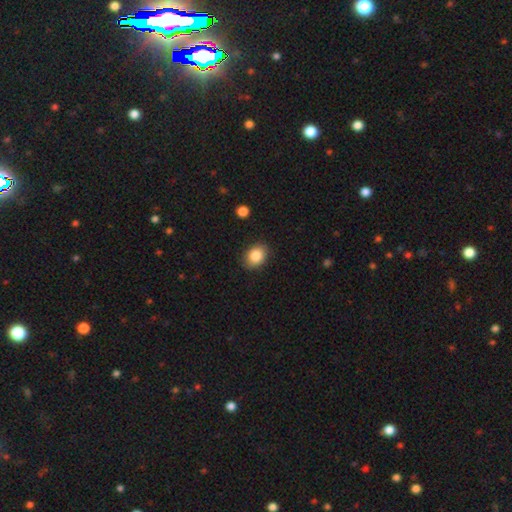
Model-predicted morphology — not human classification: Overall: smooth (86%). How rounded: in between (60%; round 39%). Merging: none (86%).